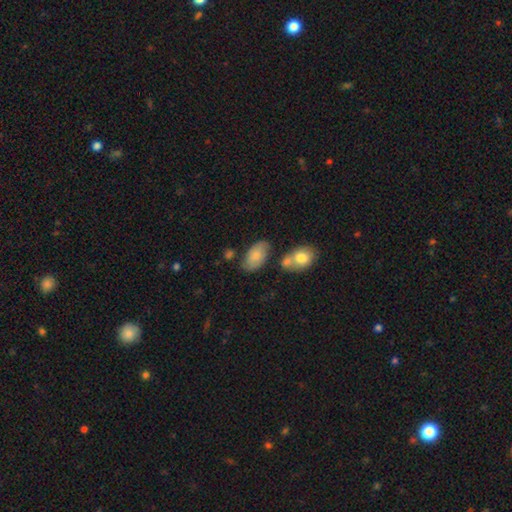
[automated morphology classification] Smooth or featured: smooth — 75% (featured or disk — 18%)
How rounded: in between — 94% (round — 4%)
Merging: none — 66% (minor disturbance — 18%)